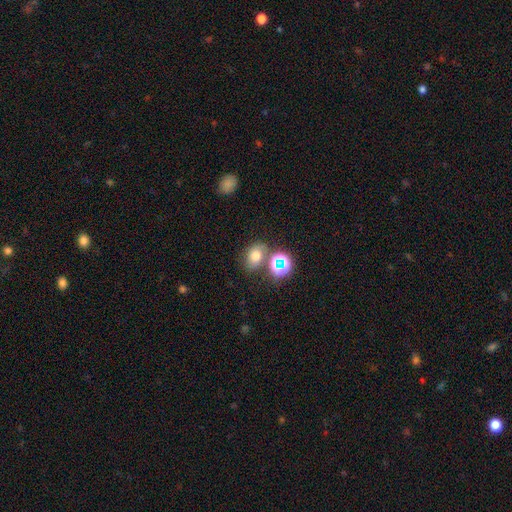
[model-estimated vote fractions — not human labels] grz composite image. It shows a smooth galaxy with no disk features (66%) that is in between round and cigar-shaped (60%). Merging: none (60%).